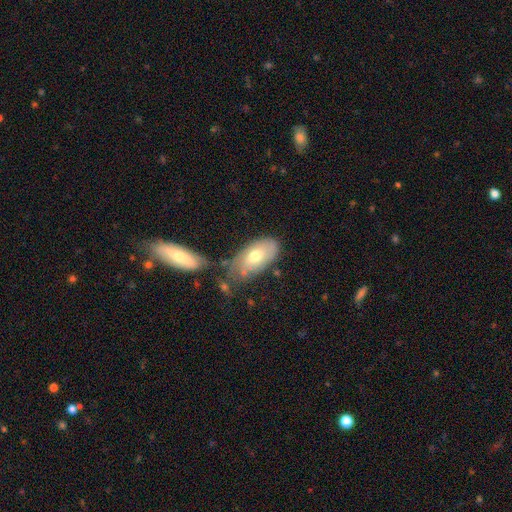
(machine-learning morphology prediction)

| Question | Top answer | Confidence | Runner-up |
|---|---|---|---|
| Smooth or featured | smooth | 62% | featured or disk (31%) |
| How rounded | in between | 93% | cigar-shaped (4%) |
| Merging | none | 55% | minor disturbance (25%) |